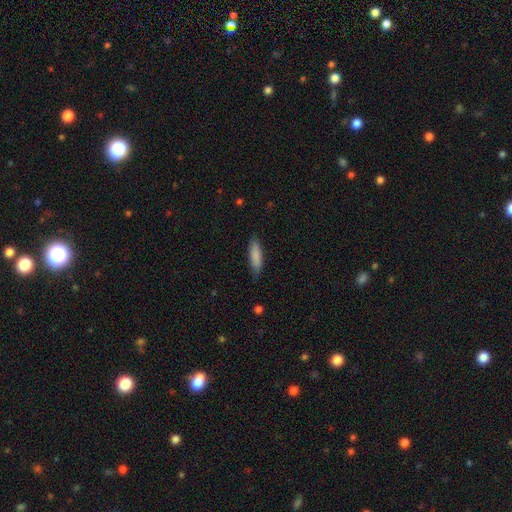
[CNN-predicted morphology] smooth-or-featured: smooth: 86% | featured or disk: 8% | star or artifact: 6%
  how-rounded: cigar-shaped: 59% | in between: 40% | round: 1%
  merging: none: 81% | minor disturbance: 15% | major disturbance: 3% | merger: 1%